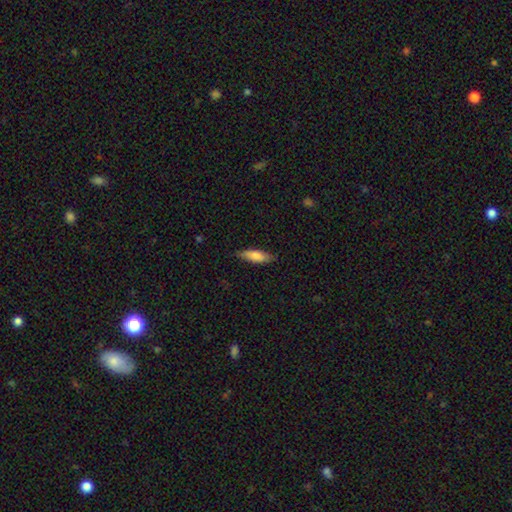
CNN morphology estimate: Smooth or featured? Predicted: smooth (p=0.80). How rounded? Predicted: cigar-shaped (p=0.51). Merging? Predicted: none (p=0.81).